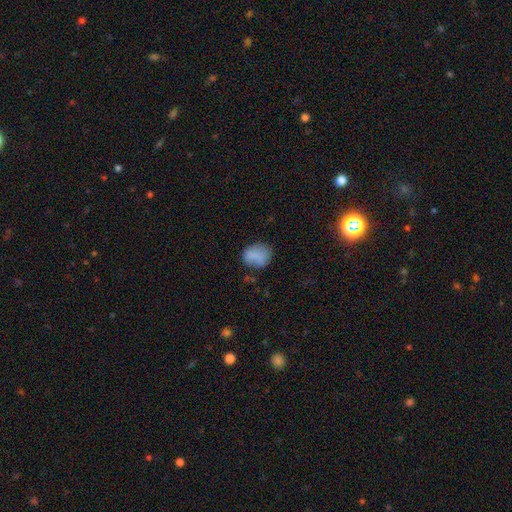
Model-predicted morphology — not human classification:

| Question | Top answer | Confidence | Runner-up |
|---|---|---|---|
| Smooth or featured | smooth | 80% | featured or disk (11%) |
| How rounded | round | 54% | in between (45%) |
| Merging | none | 62% | minor disturbance (25%) |